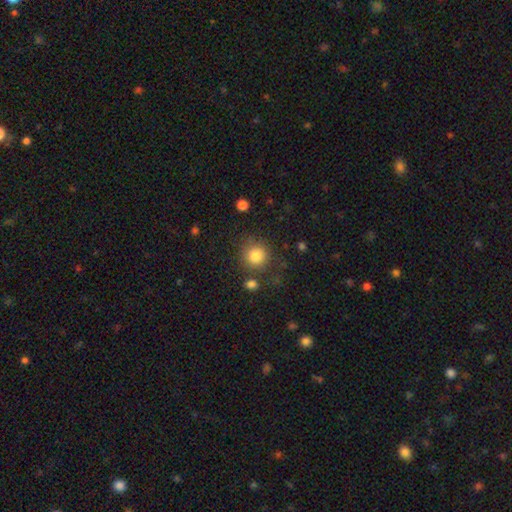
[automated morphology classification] smooth_or_featured: smooth (p=0.84) [alt: star or artifact p=0.10]
how_rounded: round (p=0.91) [alt: in between p=0.08]
merging: none (p=0.80) [alt: minor disturbance p=0.11]